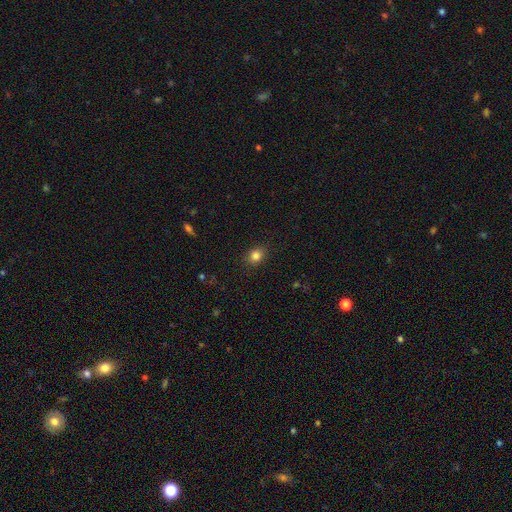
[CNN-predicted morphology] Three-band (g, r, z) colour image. It shows a smooth galaxy with no disk features (83%) that is round (59%). Merging: none (88%).